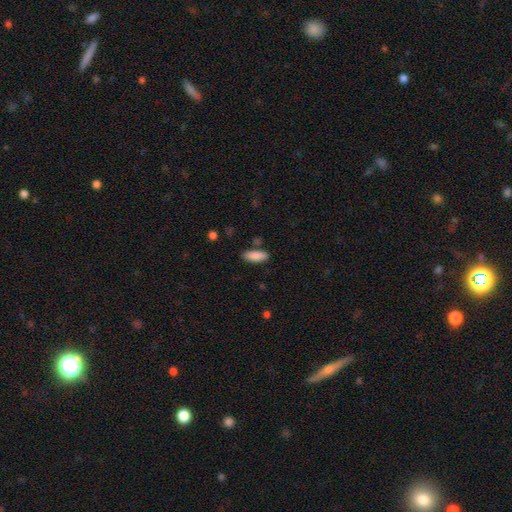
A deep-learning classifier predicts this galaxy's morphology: Smooth or featured? Predicted: smooth (p=0.88). How rounded? Predicted: in between (p=0.72). Merging? Predicted: none (p=0.81).